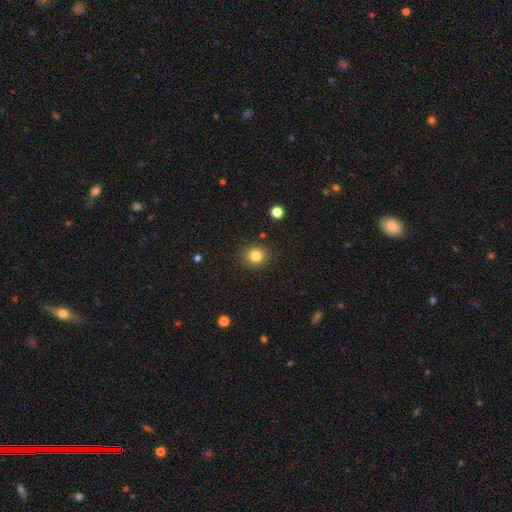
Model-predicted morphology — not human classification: Smooth or featured?
  - smooth: 81% *
  - star or artifact: 12%
  - featured or disk: 6%
How rounded?
  - round: 87% *
  - in between: 12%
  - cigar-shaped: 1%
Merging?
  - none: 89% *
  - minor disturbance: 7%
  - major disturbance: 2%
  - merger: 2%